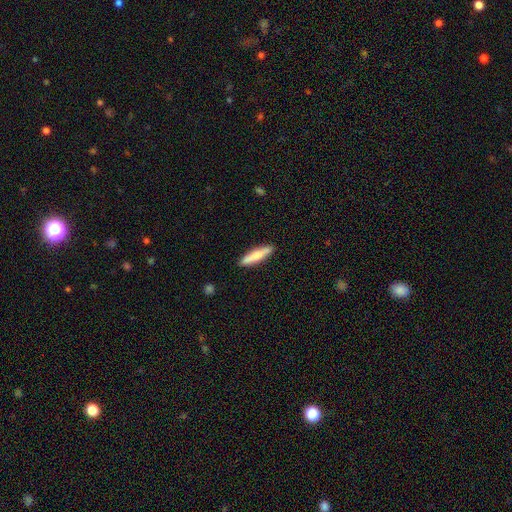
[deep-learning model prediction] The model was most divided on "smooth or featured": smooth: 75%, featured or disk: 20%, star or artifact: 5%. More confident: merging — none (90%); how rounded — cigar-shaped (86%).